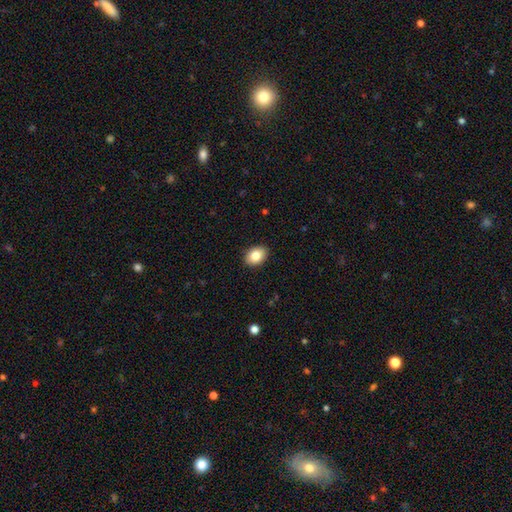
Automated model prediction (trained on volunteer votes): smooth-or-featured: smooth: 84% | featured or disk: 8% | star or artifact: 8%
  how-rounded: in between: 75% | round: 24% | cigar-shaped: 1%
  merging: none: 90% | minor disturbance: 7% | major disturbance: 2% | merger: 1%